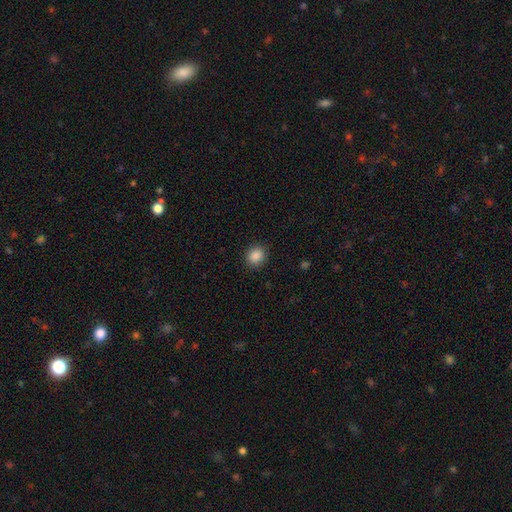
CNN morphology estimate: The model was most divided on "how rounded": round: 79%, in between: 20%, cigar-shaped: 1%. More confident: merging — none (89%); smooth or featured — smooth (87%).